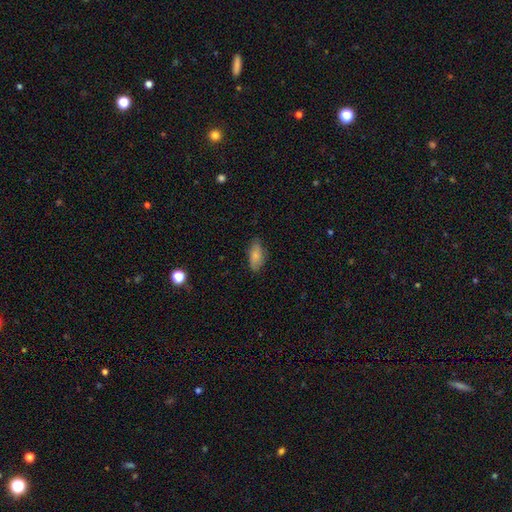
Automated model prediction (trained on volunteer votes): This appears to be a smooth galaxy with no disk features (81%) that is in between round and cigar-shaped (88%). Merging: none (79%).